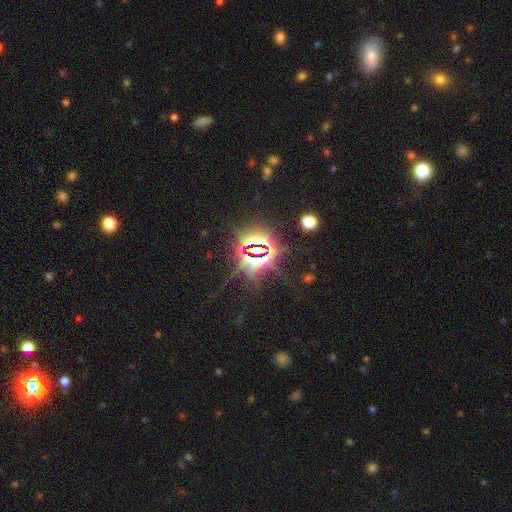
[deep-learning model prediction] Smooth or featured?
  - star or artifact: 83% *
  - smooth: 9%
  - featured or disk: 8%